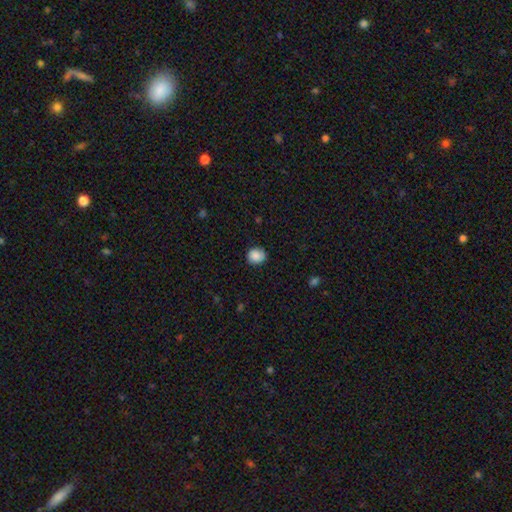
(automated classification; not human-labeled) This appears to be a smooth galaxy with no disk features (86%) that is round (78%). Merging: none (80%).